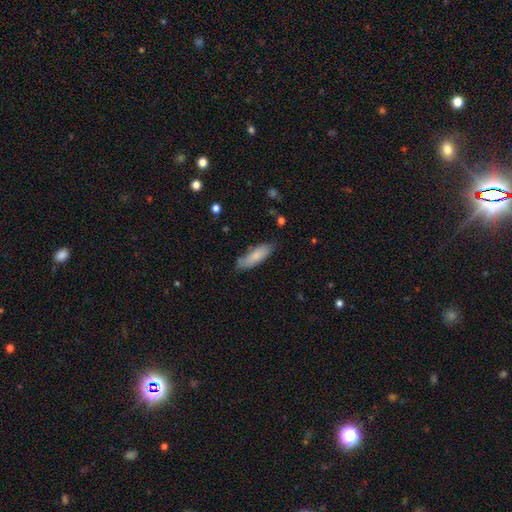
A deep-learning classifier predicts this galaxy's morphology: type=smooth (79%); roundness=in between (53%); merging=none (76%).